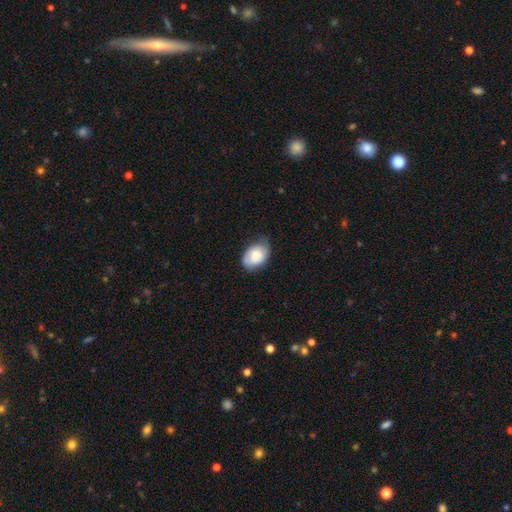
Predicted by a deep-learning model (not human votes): Morphology: type=smooth (72%); roundness=in between (81%); merging=none (57%).